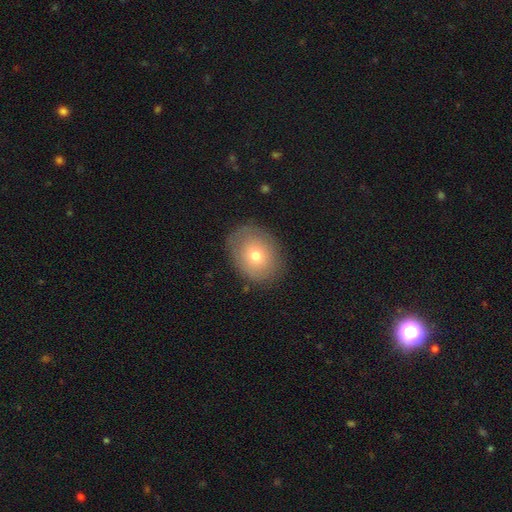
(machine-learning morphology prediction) Smooth or featured?
  - smooth: 69% *
  - featured or disk: 21%
  - star or artifact: 10%
How rounded?
  - in between: 51% *
  - round: 48%
  - cigar-shaped: 1%
Merging?
  - none: 80% *
  - minor disturbance: 14%
  - major disturbance: 5%
  - merger: 1%